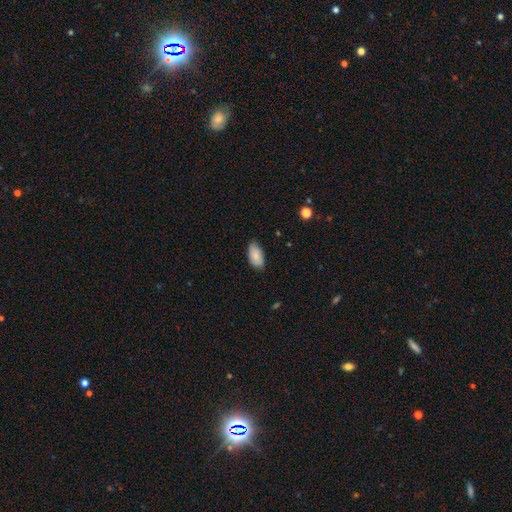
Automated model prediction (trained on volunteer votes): smooth 85%, featured or disk 8%, star or artifact 7%. Down the decision tree: how rounded — in between (94%); merging — none (80%).